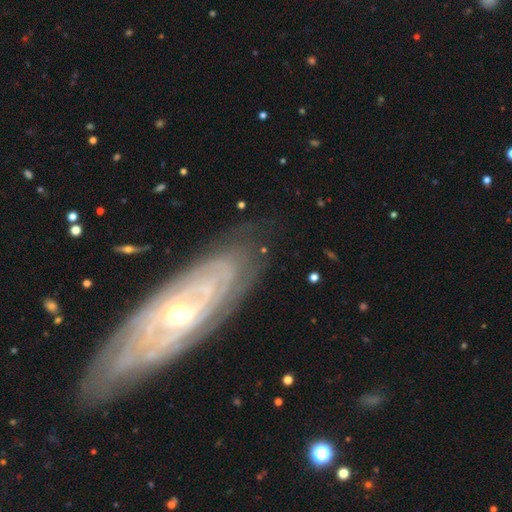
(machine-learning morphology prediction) featured or disk 81%, smooth 11%, star or artifact 8%. Down the decision tree: edge-on disk — no (76%); bar — no (65%); spiral arms — yes (85%); spiral arm count — can't tell (60%); spiral winding — tight (79%); bulge size — moderate (51%); merging — none (83%).